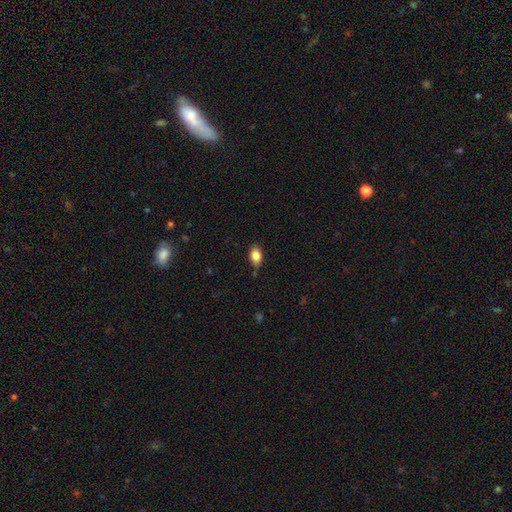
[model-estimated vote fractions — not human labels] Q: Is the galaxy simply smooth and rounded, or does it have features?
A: smooth — 84%.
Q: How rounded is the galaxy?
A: in between — 87%.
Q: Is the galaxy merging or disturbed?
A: none — 79%.